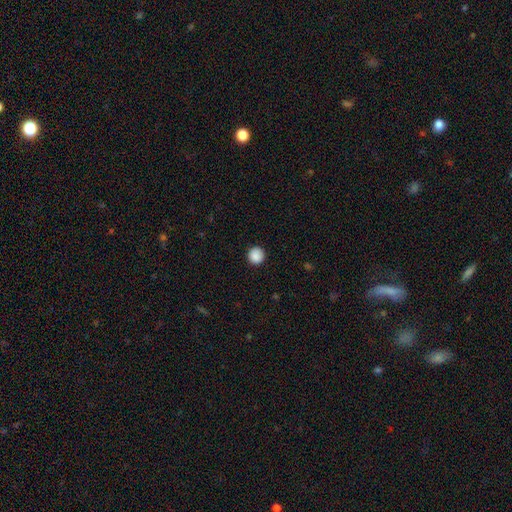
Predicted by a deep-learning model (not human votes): Morphology: type=smooth (89%); roundness=round (95%); merging=none (92%).